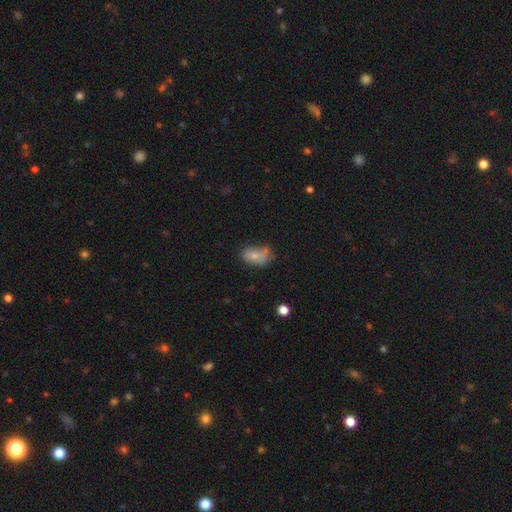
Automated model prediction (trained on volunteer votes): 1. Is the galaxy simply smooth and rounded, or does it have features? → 68% smooth, 22% featured or disk, 11% star or artifact.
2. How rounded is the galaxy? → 83% in between, 14% round, 2% cigar-shaped.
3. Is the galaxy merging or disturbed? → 35% none, 27% minor disturbance, 23% merger, 15% major disturbance.